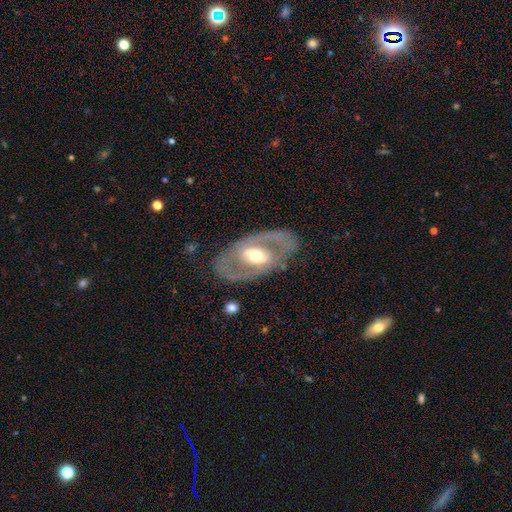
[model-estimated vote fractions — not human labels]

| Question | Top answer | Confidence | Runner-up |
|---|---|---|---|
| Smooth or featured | featured or disk | 77% | smooth (15%) |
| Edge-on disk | no | 92% | yes (8%) |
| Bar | no | 50% | weak (32%) |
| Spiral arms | yes | 61% | no (39%) |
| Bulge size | moderate | 68% | large (14%) |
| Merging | none | 81% | minor disturbance (11%) |